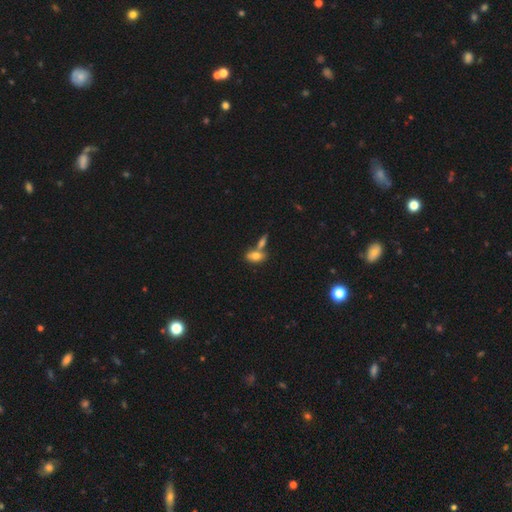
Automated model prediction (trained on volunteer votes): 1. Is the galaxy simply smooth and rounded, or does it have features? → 75% smooth, 15% featured or disk, 9% star or artifact.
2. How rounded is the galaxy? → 87% in between, 7% round, 7% cigar-shaped.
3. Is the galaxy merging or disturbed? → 49% none, 37% merger, 11% minor disturbance, 4% major disturbance.